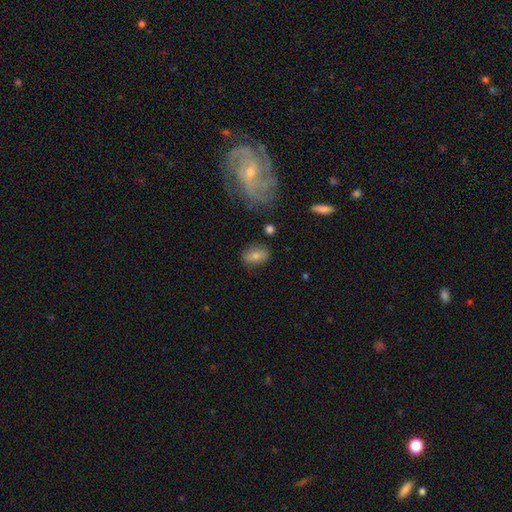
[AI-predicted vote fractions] Q: Smooth or featured?
A: smooth (75%); runner-up: featured or disk (16%)
Q: How rounded?
A: in between (79%); runner-up: round (19%)
Q: Merging?
A: none (78%); runner-up: minor disturbance (15%)